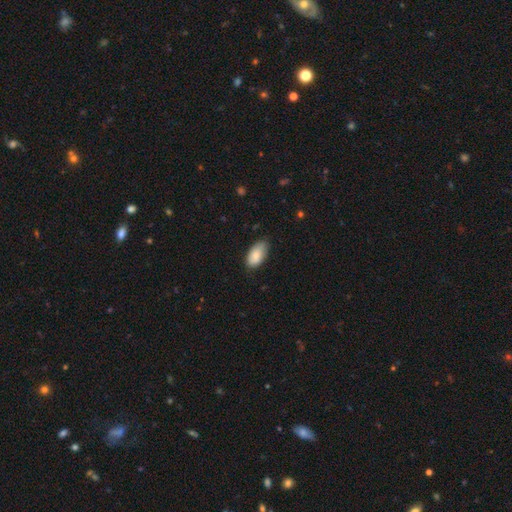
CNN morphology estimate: This is clearly a smooth galaxy (82%). How rounded: clearly in between (94%). Merging: likely none (72%).